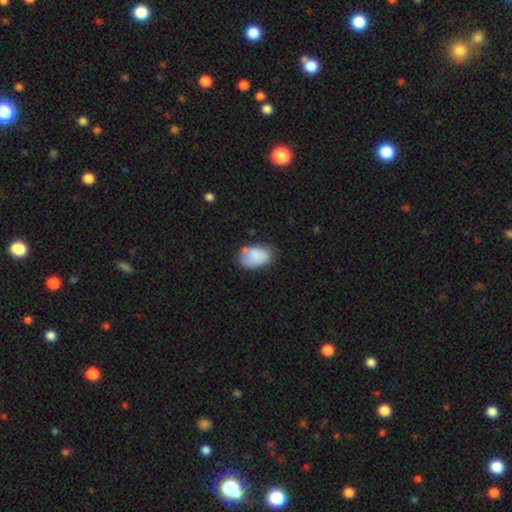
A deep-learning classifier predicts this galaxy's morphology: Smooth or featured? Predicted: smooth (p=0.82). How rounded? Predicted: in between (p=0.86). Merging? Predicted: none (p=0.55).